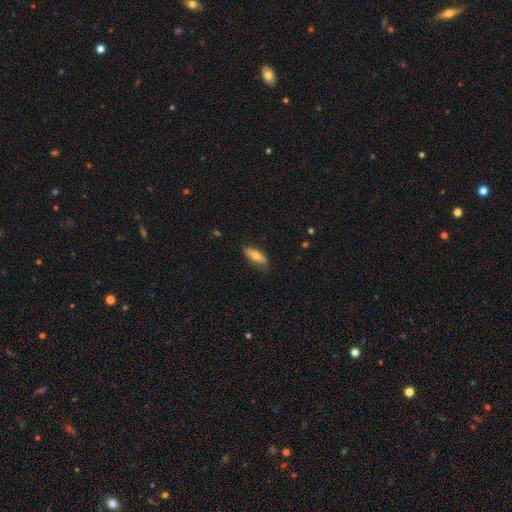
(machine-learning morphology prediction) A smooth galaxy with no disk features (64%) that is in between round and cigar-shaped (62%).

Vote fractions:
- Smooth or featured? smooth: 64% / featured or disk: 30% / star or artifact: 6%
- How rounded? in between: 62% / cigar-shaped: 35% / round: 3%
- Merging? none: 72% / minor disturbance: 22% / major disturbance: 4% / merger: 1%